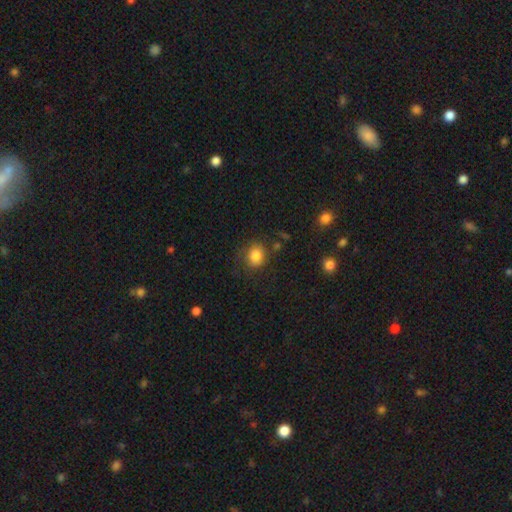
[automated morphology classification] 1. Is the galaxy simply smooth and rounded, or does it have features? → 83% smooth, 10% star or artifact, 7% featured or disk.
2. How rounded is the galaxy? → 56% round, 43% in between, 1% cigar-shaped.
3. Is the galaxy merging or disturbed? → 70% none, 19% minor disturbance, 8% major disturbance, 4% merger.